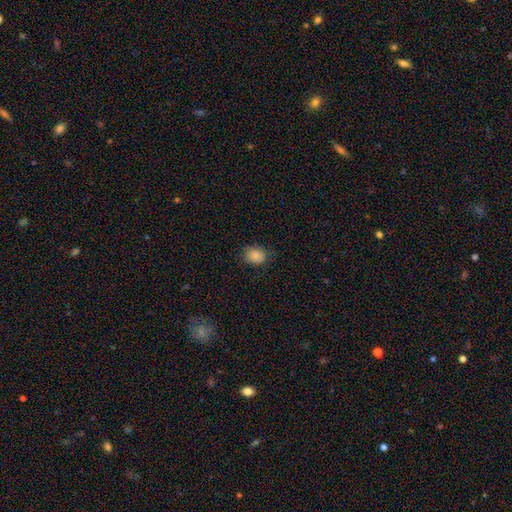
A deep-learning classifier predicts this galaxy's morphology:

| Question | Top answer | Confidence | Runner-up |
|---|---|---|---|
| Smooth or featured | smooth | 86% | star or artifact (9%) |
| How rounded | in between | 51% | round (48%) |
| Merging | none | 75% | minor disturbance (19%) |